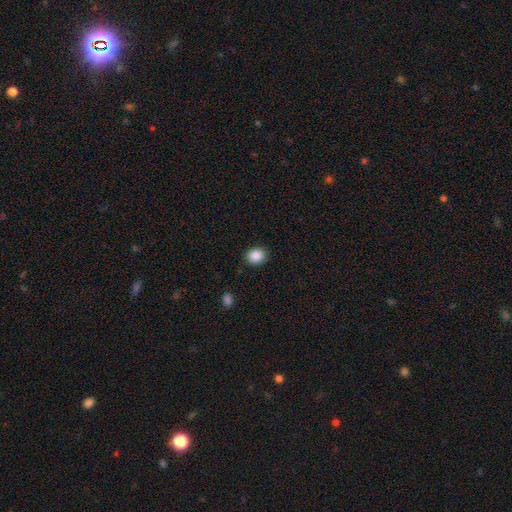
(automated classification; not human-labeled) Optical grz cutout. It shows a smooth galaxy with no disk features (87%) that is round (59%). Merging: none (89%).